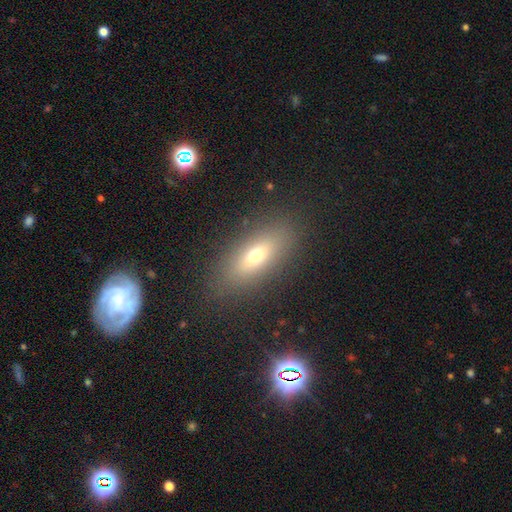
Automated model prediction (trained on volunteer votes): Q: Smooth or featured?
A: smooth (64%); runner-up: featured or disk (24%)
Q: How rounded?
A: in between (72%); runner-up: cigar-shaped (22%)
Q: Merging?
A: none (85%); runner-up: minor disturbance (9%)